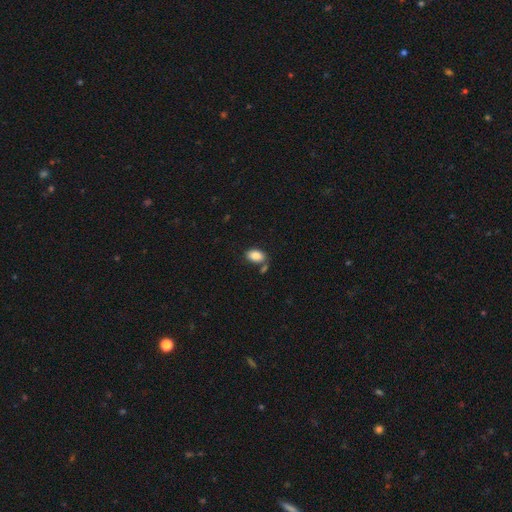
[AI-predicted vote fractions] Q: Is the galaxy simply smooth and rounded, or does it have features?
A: smooth — 88%.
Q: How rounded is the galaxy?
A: in between — 89%.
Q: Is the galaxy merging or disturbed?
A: none — 65%.